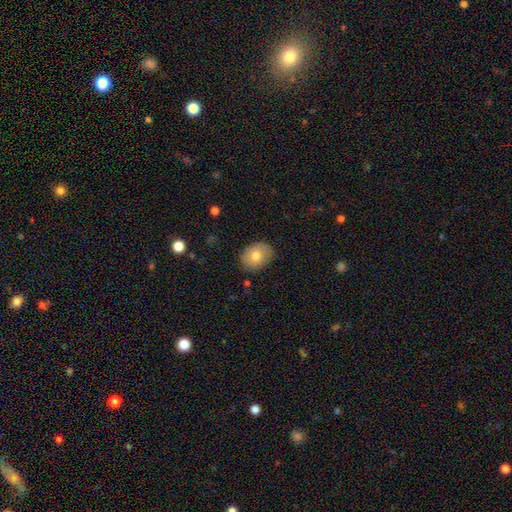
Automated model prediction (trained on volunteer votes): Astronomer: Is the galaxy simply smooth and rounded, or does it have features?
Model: smooth — 76%.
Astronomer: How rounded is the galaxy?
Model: in between — 68%.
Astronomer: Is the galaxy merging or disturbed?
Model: none — 83%.